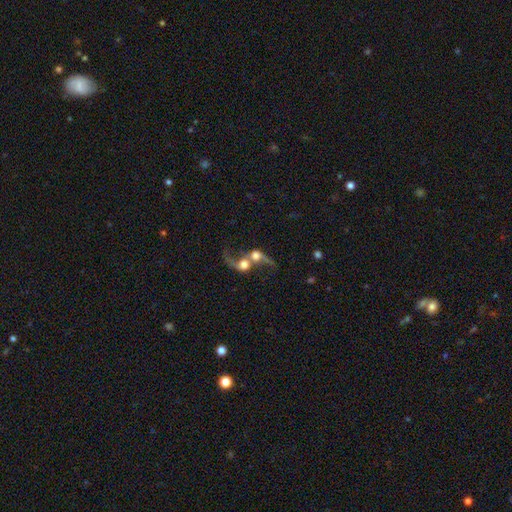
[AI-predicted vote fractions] This appears to be a featured or disk galaxy (51%). Merging: merger (79%).